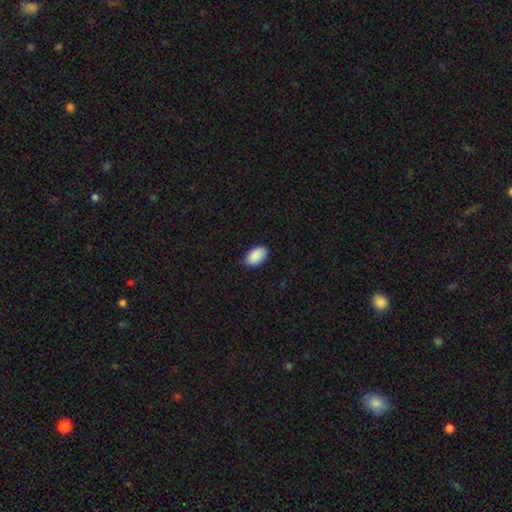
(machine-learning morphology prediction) Overall: smooth (91%). How rounded: in between (93%). Merging: none (84%).